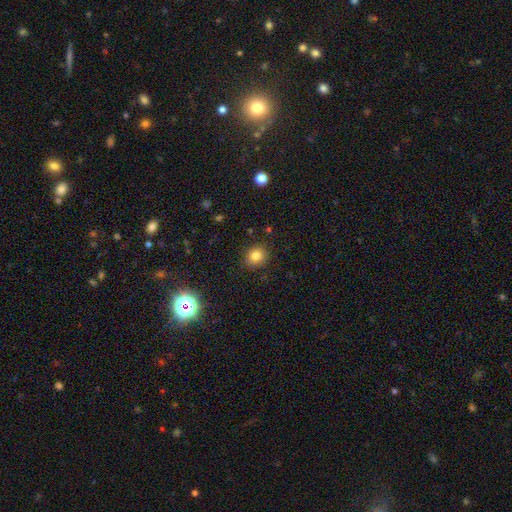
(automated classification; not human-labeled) Smooth or featured: smooth — 81% (star or artifact — 13%)
How rounded: round — 77% (in between — 22%)
Merging: none — 87% (minor disturbance — 9%)